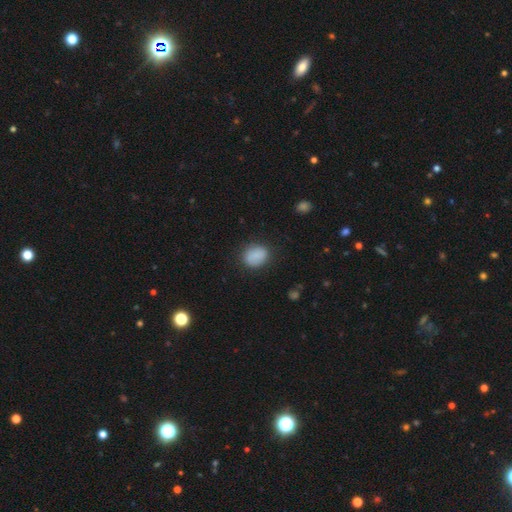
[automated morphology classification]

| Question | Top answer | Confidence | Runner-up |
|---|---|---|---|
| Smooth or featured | smooth | 87% | star or artifact (8%) |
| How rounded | in between | 50% | round (49%) |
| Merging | none | 82% | minor disturbance (12%) |